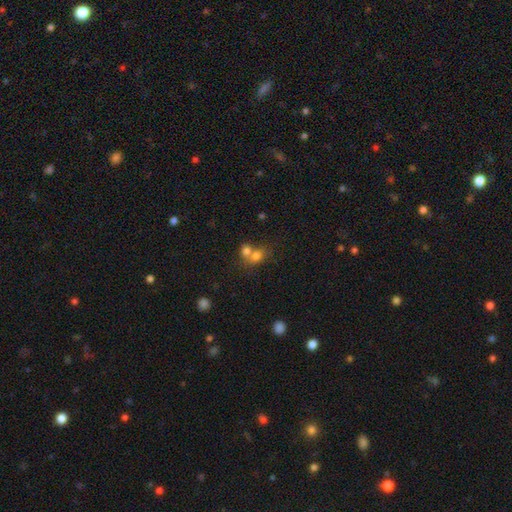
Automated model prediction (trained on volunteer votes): Smooth or featured? Predicted: smooth (p=0.73). How rounded? Predicted: round (p=0.61). Merging? Predicted: merger (p=0.59).